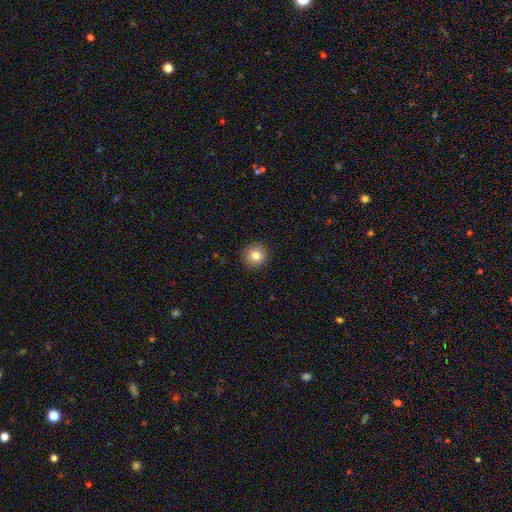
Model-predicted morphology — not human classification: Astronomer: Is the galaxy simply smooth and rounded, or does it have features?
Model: smooth — 82%.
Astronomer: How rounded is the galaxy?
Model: round — 95%.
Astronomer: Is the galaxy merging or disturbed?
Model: none — 92%.